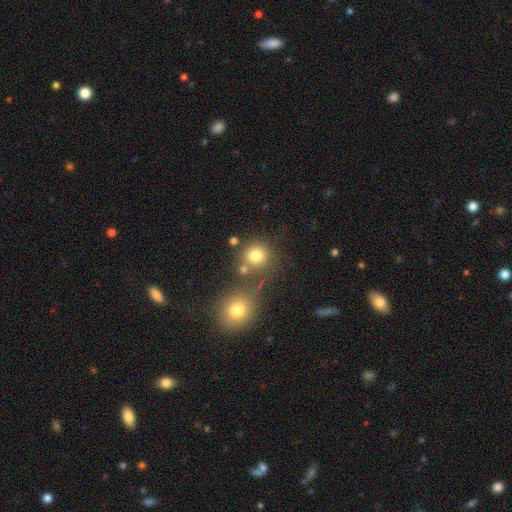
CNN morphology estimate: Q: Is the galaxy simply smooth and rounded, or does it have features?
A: smooth — 78%.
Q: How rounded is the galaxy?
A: round — 88%.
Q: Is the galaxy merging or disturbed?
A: none — 66%.